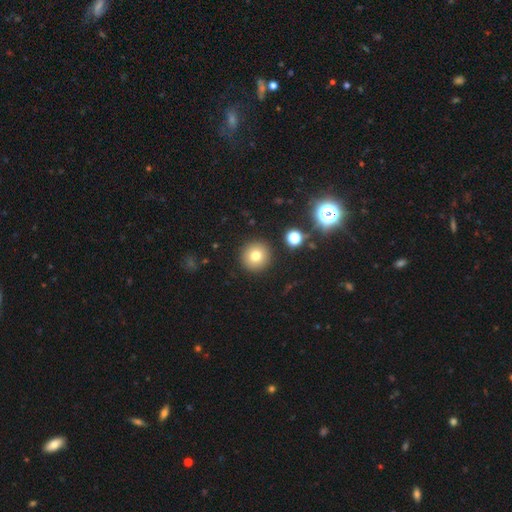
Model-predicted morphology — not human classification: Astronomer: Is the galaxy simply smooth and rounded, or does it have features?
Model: smooth — 75%.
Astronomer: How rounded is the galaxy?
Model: round — 95%.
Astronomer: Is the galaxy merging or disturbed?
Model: none — 90%.